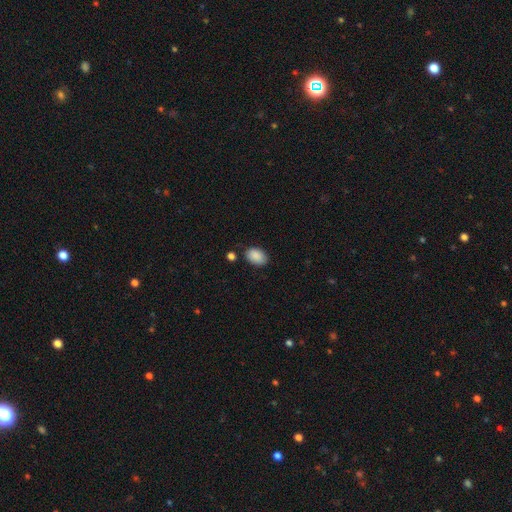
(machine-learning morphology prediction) This is clearly a smooth galaxy (89%). How rounded: clearly in between (87%). Merging: likely none (78%).